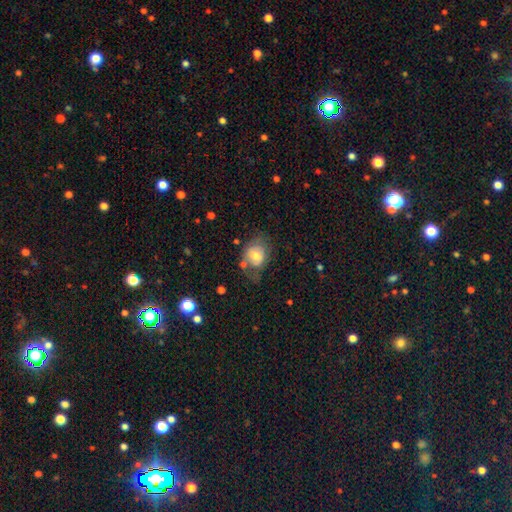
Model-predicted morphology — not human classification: smooth-or-featured: smooth: 63% | featured or disk: 28% | star or artifact: 9%
  how-rounded: round: 54% | in between: 45% | cigar-shaped: 1%
  merging: none: 51% | minor disturbance: 26% | major disturbance: 16% | merger: 7%